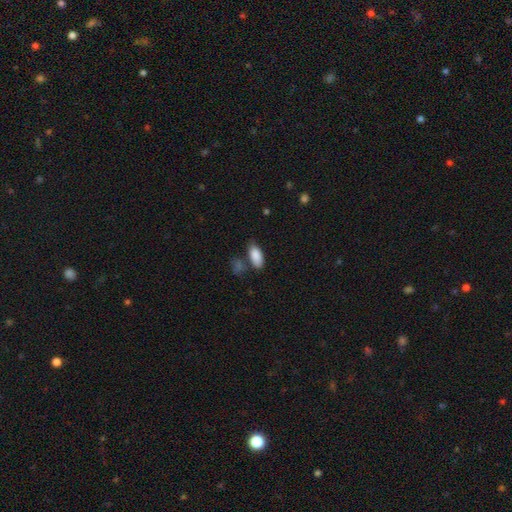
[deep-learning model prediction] This appears to be a smooth galaxy with no disk features (87%) that is in between round and cigar-shaped (88%). Merging: none (65%).